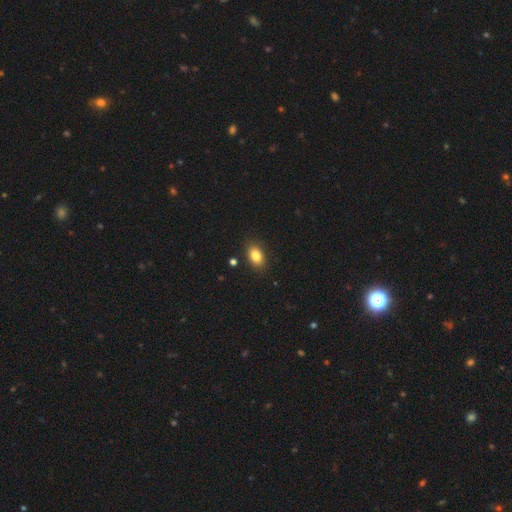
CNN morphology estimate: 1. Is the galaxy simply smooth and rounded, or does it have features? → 84% smooth, 9% star or artifact, 7% featured or disk.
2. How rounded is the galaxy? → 84% in between, 14% round, 2% cigar-shaped.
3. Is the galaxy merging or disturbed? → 86% none, 10% minor disturbance, 2% major disturbance, 2% merger.